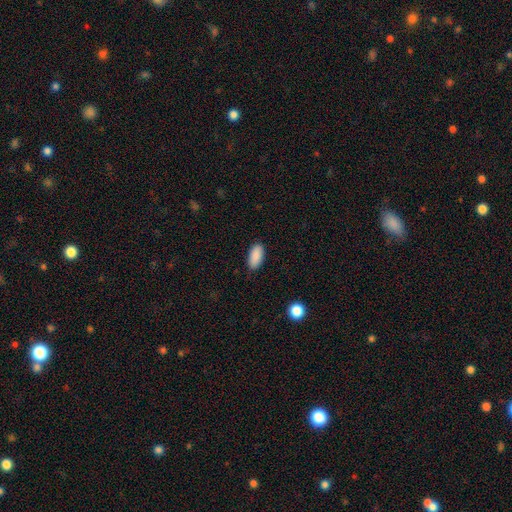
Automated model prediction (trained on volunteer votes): Smooth or featured? smooth (90%)
How rounded? in between (91%)
Merging? none (87%)